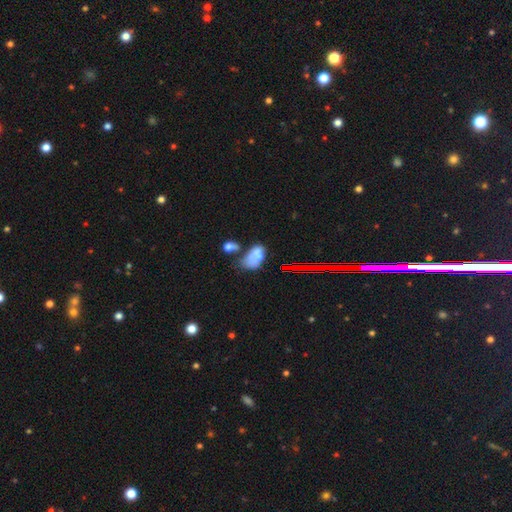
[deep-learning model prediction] smooth-or-featured: smooth: 61% | featured or disk: 24% | star or artifact: 14%
  how-rounded: in between: 88% | round: 10% | cigar-shaped: 2%
  merging: merger: 40% | none: 23% | minor disturbance: 19% | major disturbance: 19%